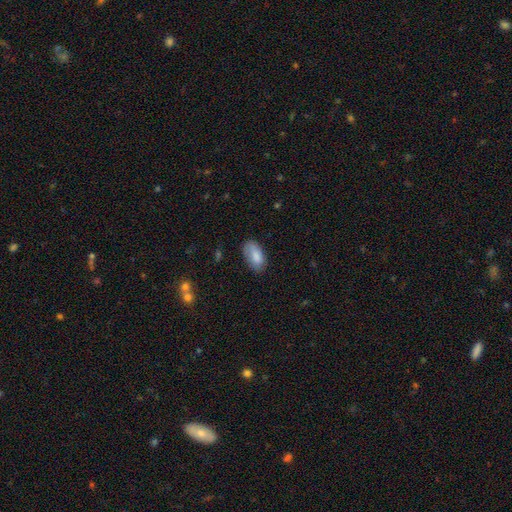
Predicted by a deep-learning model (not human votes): Smooth or featured: smooth — 84% (featured or disk — 9%)
How rounded: in between — 93% (cigar-shaped — 4%)
Merging: none — 68% (minor disturbance — 24%)